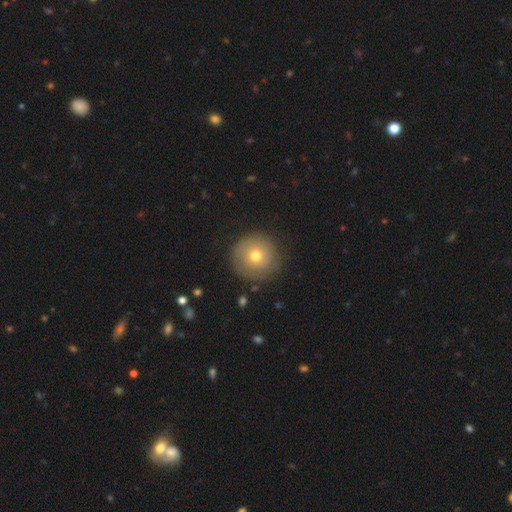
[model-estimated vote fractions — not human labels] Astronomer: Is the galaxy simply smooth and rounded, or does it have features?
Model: smooth — 65%.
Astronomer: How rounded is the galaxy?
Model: round — 96%.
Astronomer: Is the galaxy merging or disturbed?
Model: none — 85%.